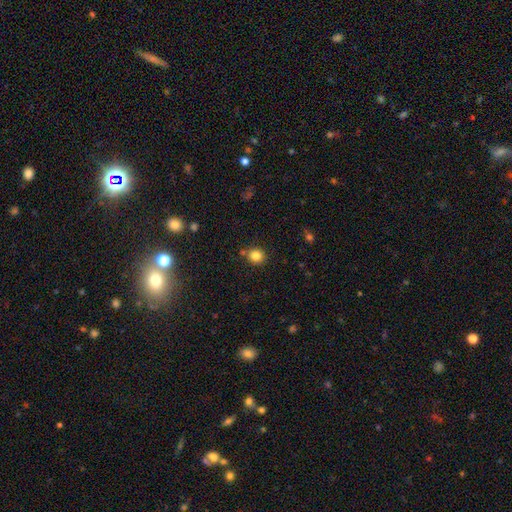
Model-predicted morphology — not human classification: A smooth galaxy with no disk features (83%) that is round (79%).

Vote fractions:
- Smooth or featured? smooth: 83% / star or artifact: 11% / featured or disk: 5%
- How rounded? round: 79% / in between: 20% / cigar-shaped: 1%
- Merging? none: 79% / minor disturbance: 11% / merger: 8% / major disturbance: 3%